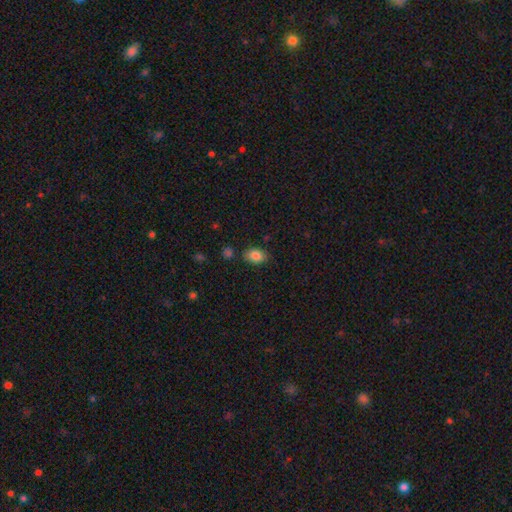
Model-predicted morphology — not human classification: Smooth or featured? smooth (84%)
How rounded? in between (80%)
Merging? none (80%)